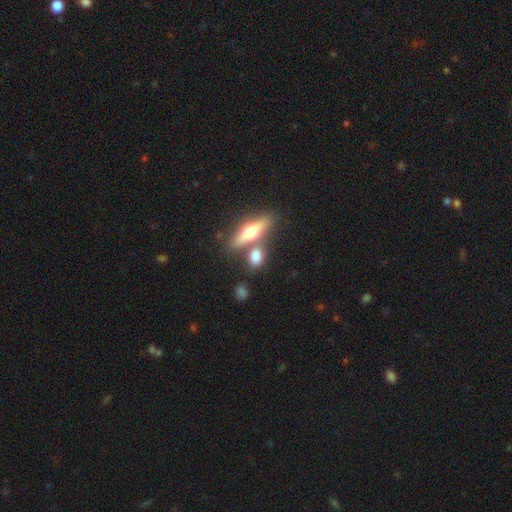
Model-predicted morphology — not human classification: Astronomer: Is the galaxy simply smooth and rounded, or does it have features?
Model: smooth — 65%.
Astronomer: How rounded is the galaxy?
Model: in between — 51% (runner-up: round, 27%).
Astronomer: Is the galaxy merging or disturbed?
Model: none — 58%.